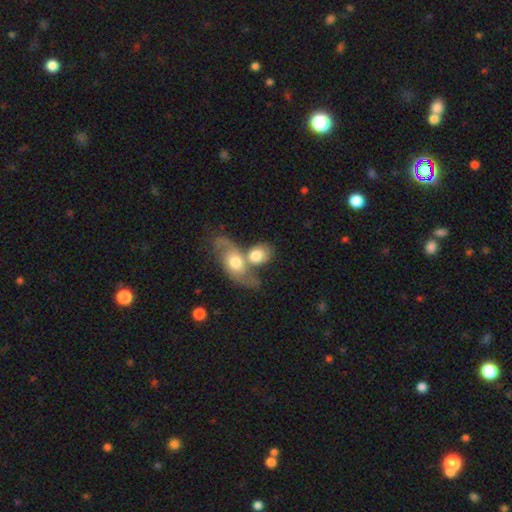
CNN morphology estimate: Smooth or featured?
  - smooth: 57% *
  - featured or disk: 36%
  - star or artifact: 6%
How rounded?
  - in between: 65% *
  - round: 31%
  - cigar-shaped: 4%
Merging?
  - merger: 64% *
  - none: 20%
  - minor disturbance: 9%
  - major disturbance: 7%